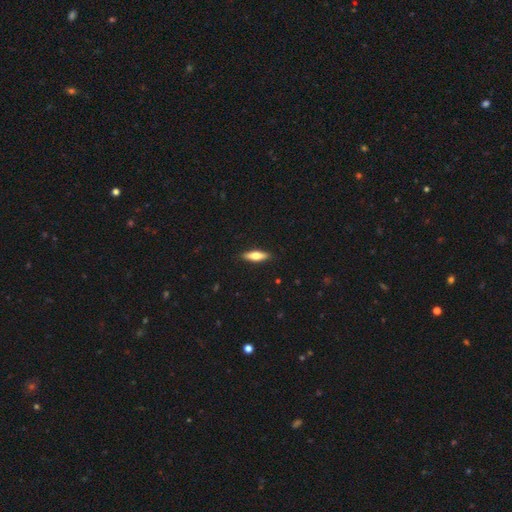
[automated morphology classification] Smooth or featured? Predicted: smooth (p=0.63). How rounded? Predicted: cigar-shaped (p=0.56). Merging? Predicted: none (p=0.90).